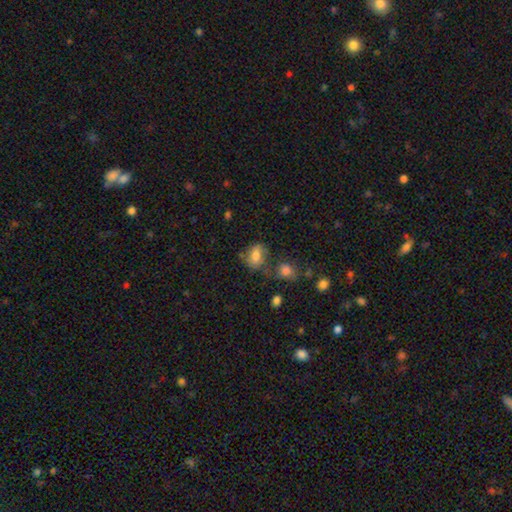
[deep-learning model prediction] Smooth or featured? Predicted: smooth (p=0.74). How rounded? Predicted: in between (p=0.72). Merging? Predicted: none (p=0.49).